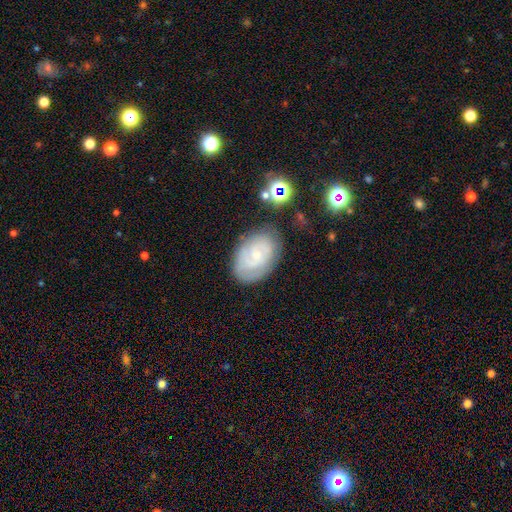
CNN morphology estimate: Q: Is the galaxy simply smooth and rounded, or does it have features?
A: featured or disk — 64%.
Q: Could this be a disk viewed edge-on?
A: no — 97%.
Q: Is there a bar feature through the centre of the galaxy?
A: no — 64%.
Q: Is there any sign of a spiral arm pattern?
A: yes — 84%.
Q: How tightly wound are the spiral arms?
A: tight — 56%.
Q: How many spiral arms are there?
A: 2 — 44%.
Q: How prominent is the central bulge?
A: small — 73%.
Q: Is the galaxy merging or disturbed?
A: none — 73%.